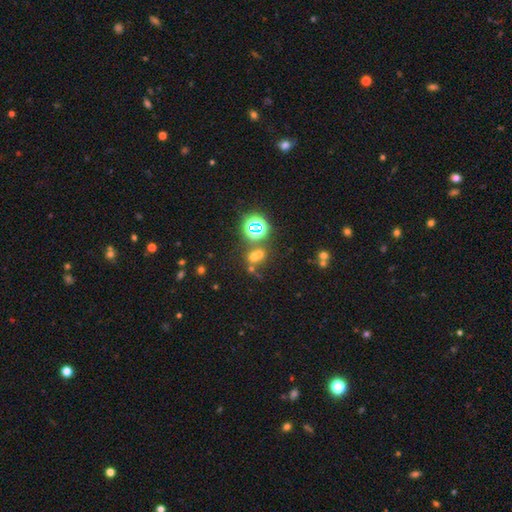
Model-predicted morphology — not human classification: This appears to be a smooth galaxy with no disk features (46%). Merging: merger (43%).